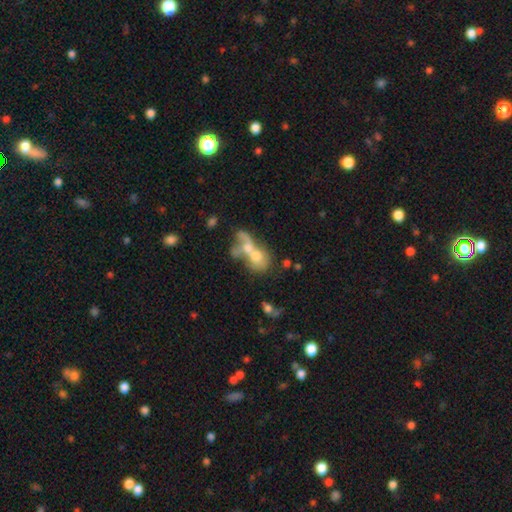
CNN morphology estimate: smooth-or-featured: smooth: 50% | featured or disk: 38% | star or artifact: 12%
  how-rounded: in between: 64% | round: 30% | cigar-shaped: 6%
  merging: merger: 70% | none: 13% | major disturbance: 11% | minor disturbance: 6%